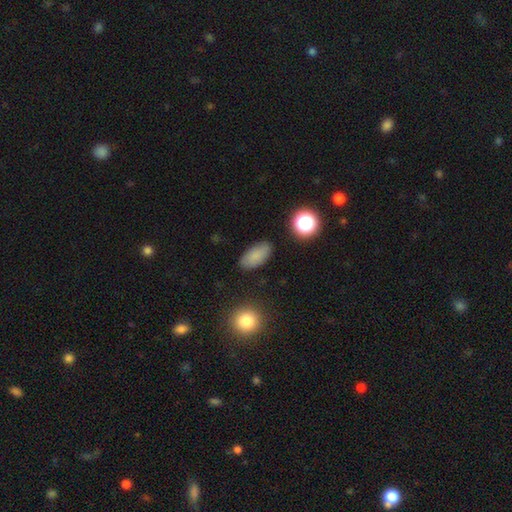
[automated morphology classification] Overall: smooth (83%). How rounded: in between (91%). Merging: none (85%).